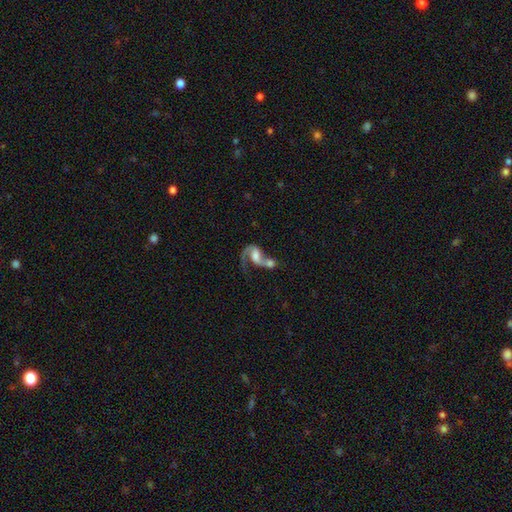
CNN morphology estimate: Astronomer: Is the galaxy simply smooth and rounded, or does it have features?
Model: featured or disk — 70%.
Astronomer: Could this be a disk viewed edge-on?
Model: no — 97%.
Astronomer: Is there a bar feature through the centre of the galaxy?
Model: no — 47% (runner-up: weak, 37%).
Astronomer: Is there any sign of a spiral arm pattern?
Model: yes — 87%.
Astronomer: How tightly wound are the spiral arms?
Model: loose — 62%.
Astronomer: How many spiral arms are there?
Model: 1 — 48% (runner-up: 2, 46%).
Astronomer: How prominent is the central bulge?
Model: moderate — 38% (runner-up: large, 24%).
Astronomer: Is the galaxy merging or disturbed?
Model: merger — 67%.